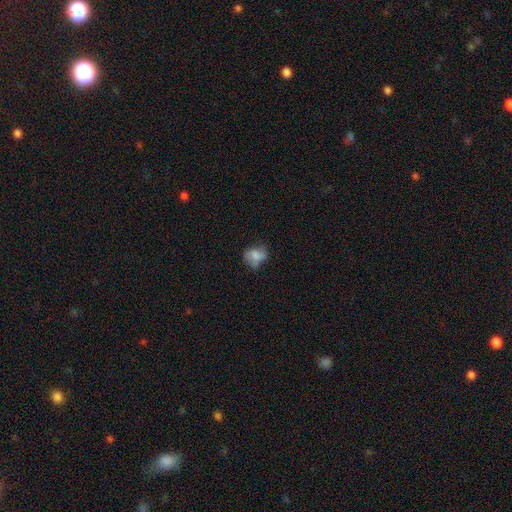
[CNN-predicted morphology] A smooth galaxy with no disk features (66%) that is in between round and cigar-shaped (53%).

Vote fractions:
- Smooth or featured? smooth: 66% / featured or disk: 23% / star or artifact: 10%
- How rounded? in between: 53% / round: 46% / cigar-shaped: 1%
- Merging? none: 48% / minor disturbance: 32% / major disturbance: 17% / merger: 4%